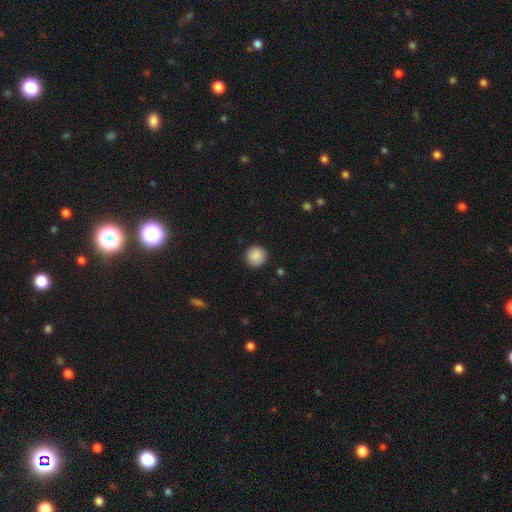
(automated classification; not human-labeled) Smooth or featured?
  - smooth: 89% *
  - star or artifact: 8%
  - featured or disk: 3%
How rounded?
  - round: 95% *
  - in between: 4%
  - cigar-shaped: 1%
Merging?
  - none: 90% *
  - minor disturbance: 7%
  - major disturbance: 2%
  - merger: 1%